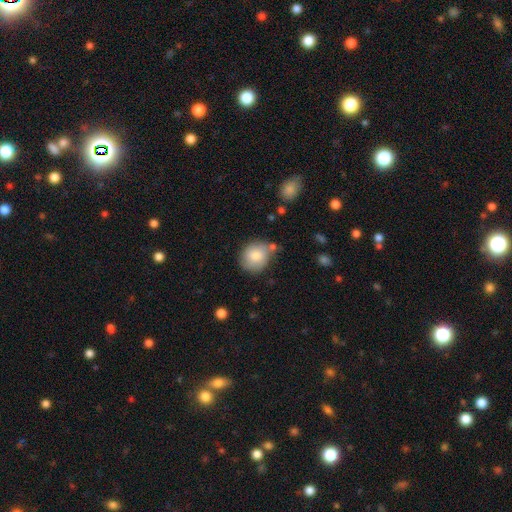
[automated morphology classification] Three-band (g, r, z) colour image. It shows a smooth galaxy with no disk features (78%) that is round (72%). Merging: none (67%).